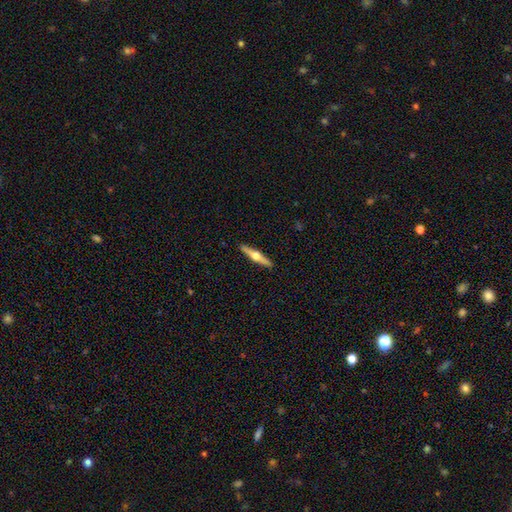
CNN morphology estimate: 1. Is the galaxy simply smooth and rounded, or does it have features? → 67% featured or disk, 28% smooth, 5% star or artifact.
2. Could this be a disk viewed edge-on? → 97% yes, 3% no.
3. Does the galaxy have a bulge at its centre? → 96% rounded, 2% none, 2% boxy.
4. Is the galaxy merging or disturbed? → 92% none, 6% minor disturbance, 1% major disturbance, 1% merger.